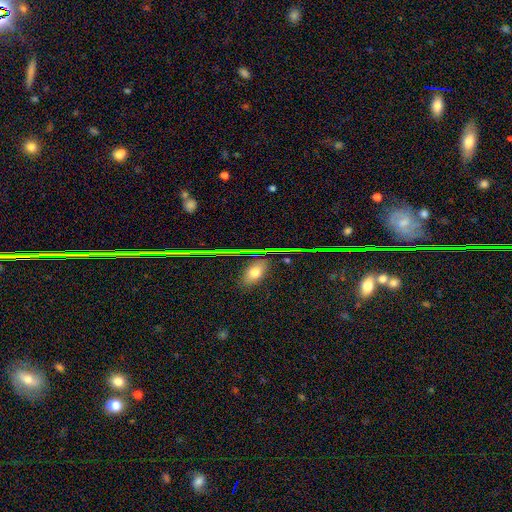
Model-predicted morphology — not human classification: A smooth galaxy with no disk features (56%) that is in between round and cigar-shaped (74%). Merging: none (81%).